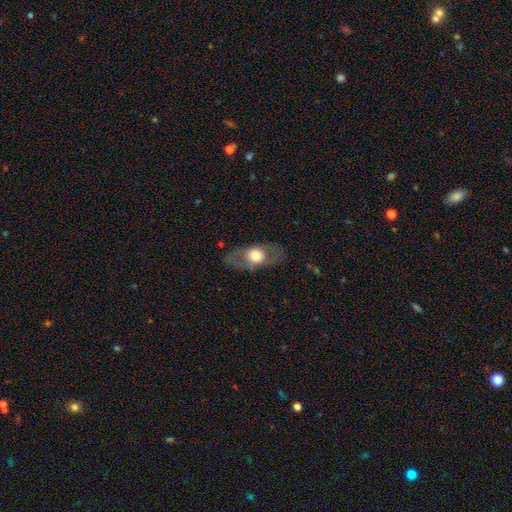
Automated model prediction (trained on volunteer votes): smooth_or_featured: featured or disk (p=0.49) [alt: smooth p=0.45]
merging: none (p=0.79) [alt: minor disturbance p=0.13]